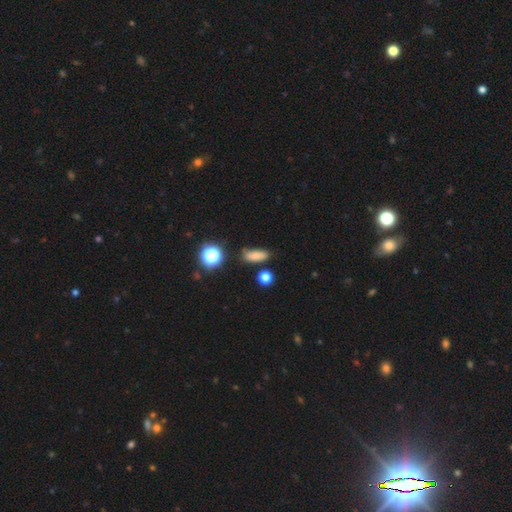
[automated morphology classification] The model was most divided on "how rounded": in between: 64%, cigar-shaped: 26%, round: 10%. More confident: smooth or featured — smooth (77%); merging — none (72%).